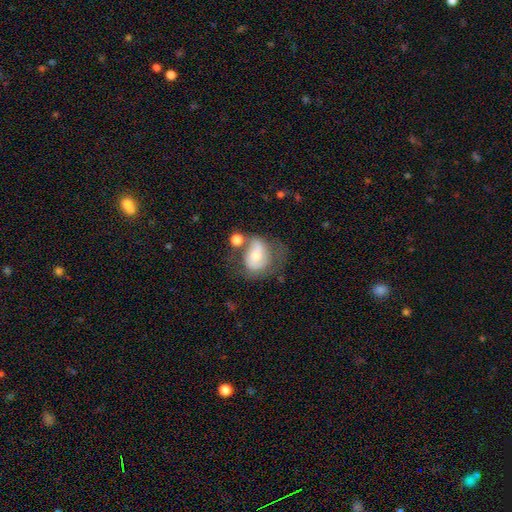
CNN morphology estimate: The model was most divided on "smooth or featured": featured or disk: 50%, smooth: 41%, star or artifact: 9%. Remaining: merging — none (41%).